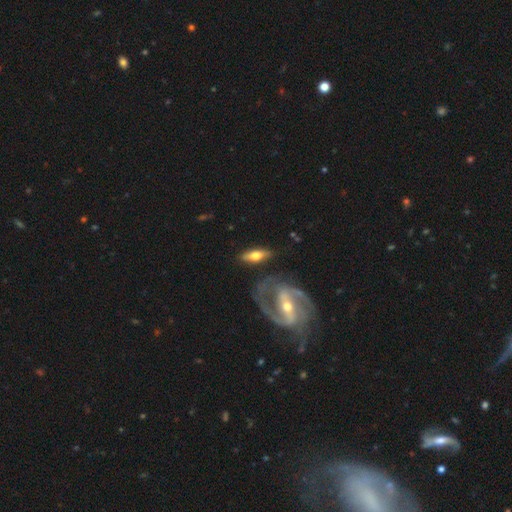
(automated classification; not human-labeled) Smooth or featured: featured or disk — 50% (smooth — 44%)
Merging: none — 76% (minor disturbance — 15%)